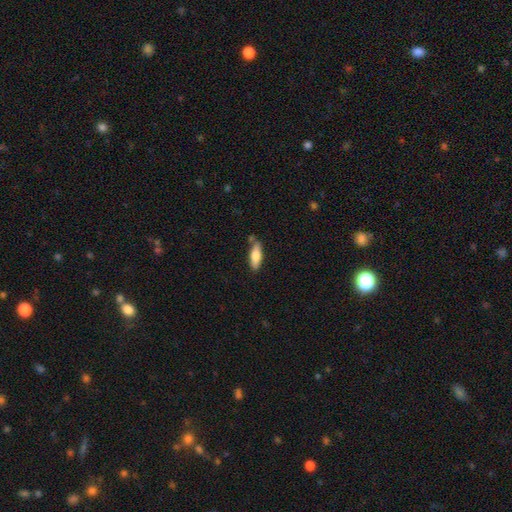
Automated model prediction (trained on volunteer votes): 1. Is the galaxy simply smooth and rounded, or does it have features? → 70% smooth, 24% featured or disk, 6% star or artifact.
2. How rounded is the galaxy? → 54% in between, 44% cigar-shaped, 2% round.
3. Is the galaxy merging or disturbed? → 75% none, 16% minor disturbance, 6% merger, 3% major disturbance.